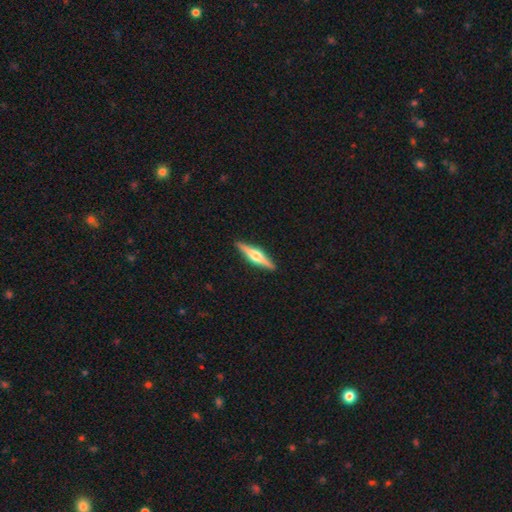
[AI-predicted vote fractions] This is likely a featured or disk galaxy (73%). It is clearly viewed edge-on (98%). Edge-on bulge: clearly rounded (92%). Merging: clearly none (92%).